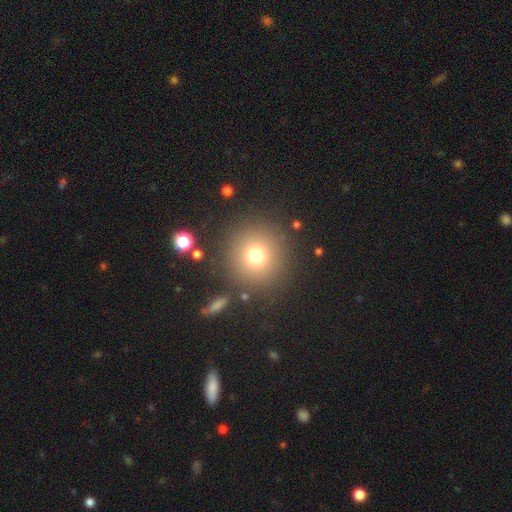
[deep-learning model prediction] Overall: smooth (74%). How rounded: round (94%). Merging: none (85%).